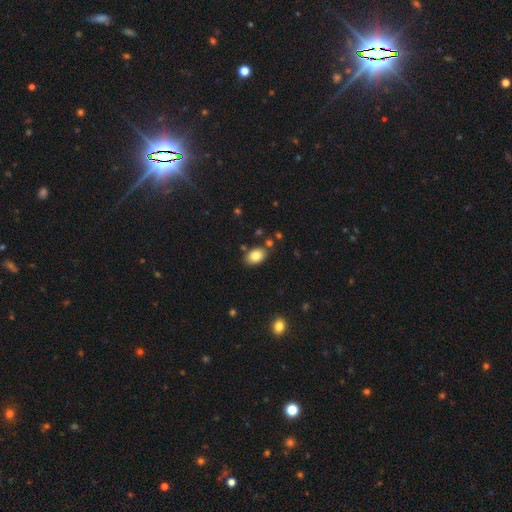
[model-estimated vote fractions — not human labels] smooth 84%, star or artifact 8%, featured or disk 8%. Down the decision tree: how rounded — in between (86%); merging — none (81%).